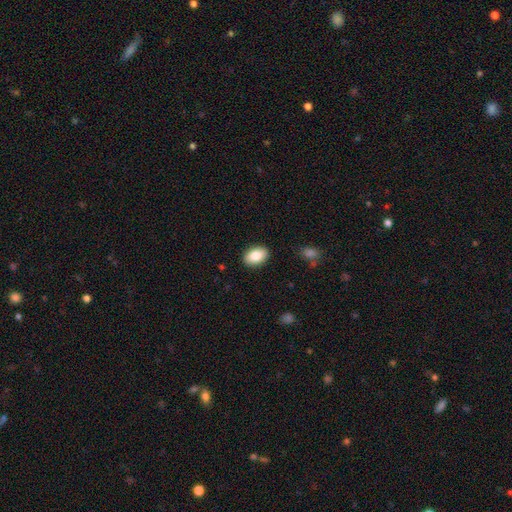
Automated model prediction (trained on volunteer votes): smooth-or-featured: smooth: 84% | featured or disk: 9% | star or artifact: 7%
  how-rounded: in between: 87% | round: 11% | cigar-shaped: 1%
  merging: none: 88% | minor disturbance: 8% | major disturbance: 2% | merger: 1%